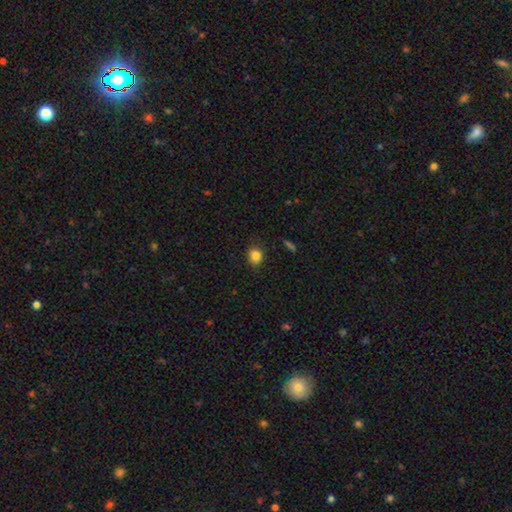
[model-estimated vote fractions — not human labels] Smooth or featured? smooth (85%)
How rounded? round (63%)
Merging? none (82%)